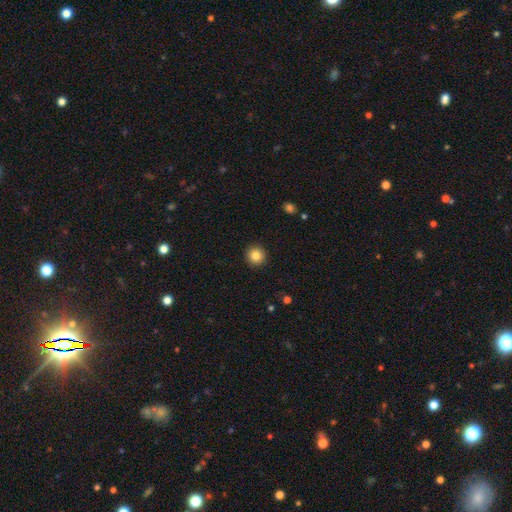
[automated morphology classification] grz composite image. It shows a smooth galaxy with no disk features (84%) that is round (95%). Merging: none (93%).